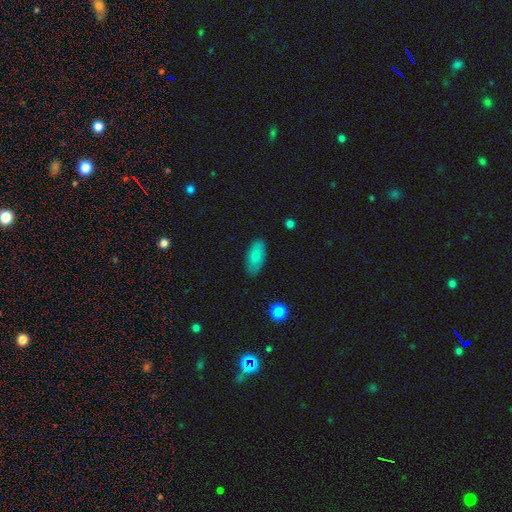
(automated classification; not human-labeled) smooth_or_featured: smooth (p=0.83) [alt: featured or disk p=0.10]
how_rounded: in between (p=0.89) [alt: cigar-shaped p=0.09]
merging: none (p=0.82) [alt: minor disturbance p=0.14]